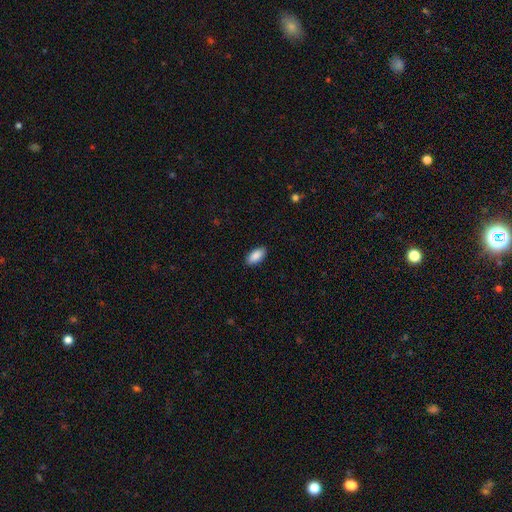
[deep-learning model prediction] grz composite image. It shows a smooth galaxy with no disk features (90%) that is in between round and cigar-shaped (92%). Merging: none (89%).